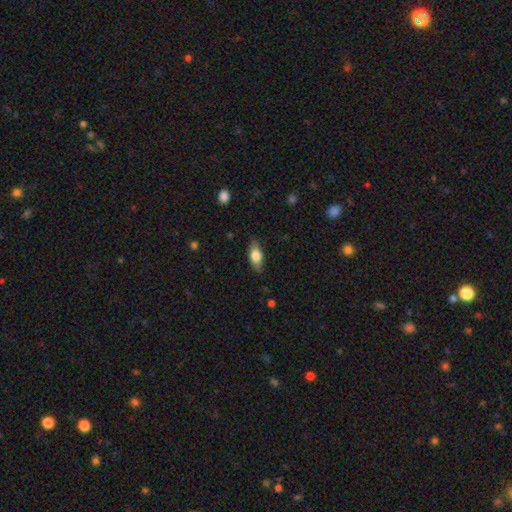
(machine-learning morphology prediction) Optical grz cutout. It shows a smooth galaxy with no disk features (63%) that is in between round and cigar-shaped (77%). Merging: none (84%).